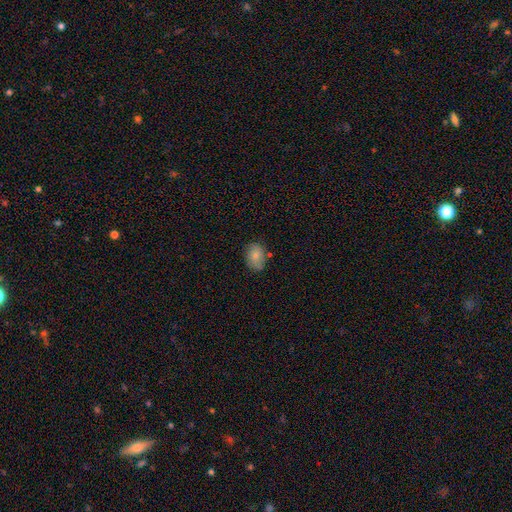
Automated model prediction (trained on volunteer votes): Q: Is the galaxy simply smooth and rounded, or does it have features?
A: smooth — 79%.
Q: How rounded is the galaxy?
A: in between — 77%.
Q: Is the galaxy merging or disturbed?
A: none — 76%.